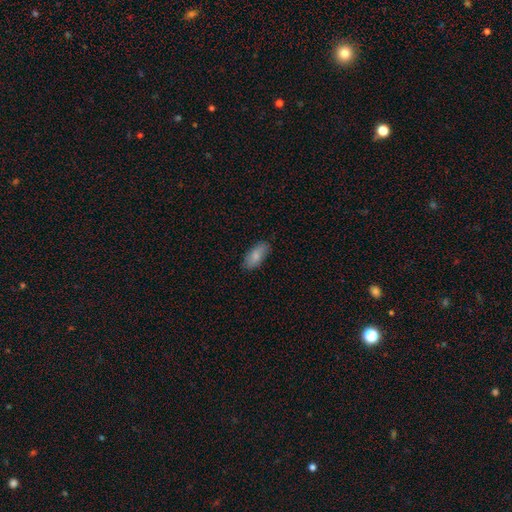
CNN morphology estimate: Smooth or featured: smooth — 83% (featured or disk — 10%)
How rounded: in between — 88% (cigar-shaped — 10%)
Merging: none — 83% (minor disturbance — 14%)